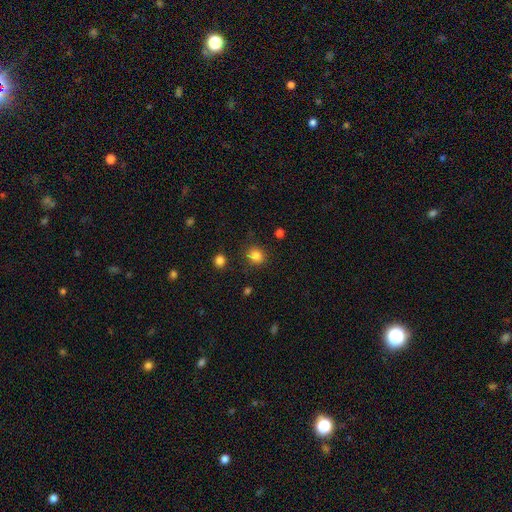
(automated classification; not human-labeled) smooth 83%, star or artifact 12%, featured or disk 5%. Down the decision tree: how rounded — round (81%); merging — none (85%).